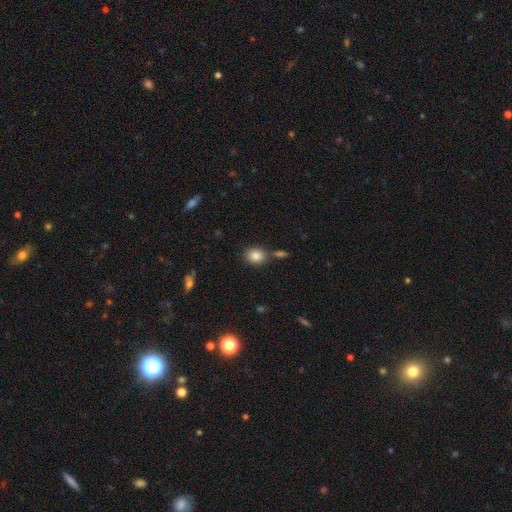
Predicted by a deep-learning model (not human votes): This appears to be a smooth galaxy with no disk features (85%) that is round (56%). Merging: none (72%).